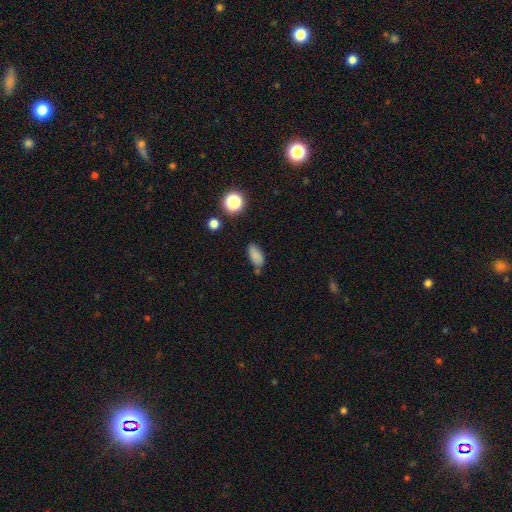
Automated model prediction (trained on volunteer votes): A smooth galaxy with no disk features (83%) that is in between round and cigar-shaped (88%). Merging: none (72%).